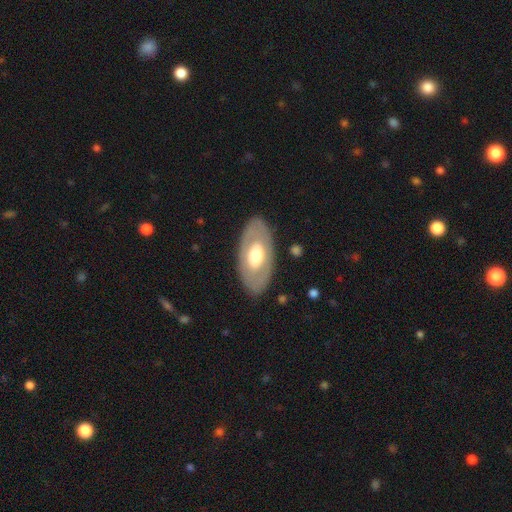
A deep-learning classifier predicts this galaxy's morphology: smooth_or_featured: featured or disk (p=0.50) [alt: smooth p=0.45]
merging: none (p=0.84) [alt: minor disturbance p=0.10]